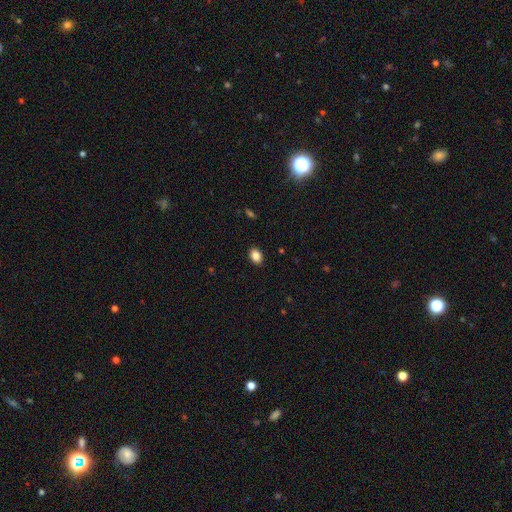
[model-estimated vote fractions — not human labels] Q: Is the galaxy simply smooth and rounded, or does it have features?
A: smooth — 87%.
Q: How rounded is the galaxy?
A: in between — 73%.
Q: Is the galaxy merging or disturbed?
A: none — 90%.